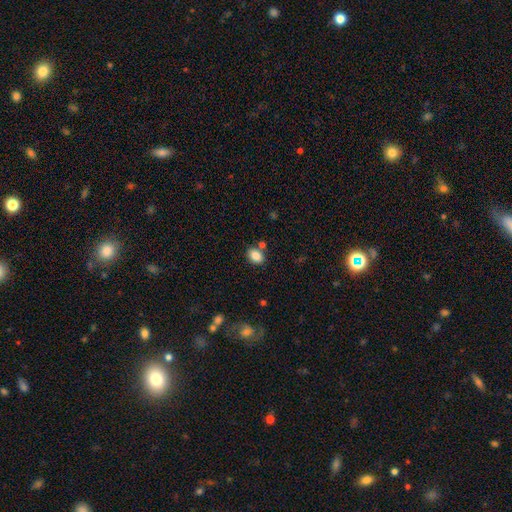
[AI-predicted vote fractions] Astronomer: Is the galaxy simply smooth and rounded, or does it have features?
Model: smooth — 86%.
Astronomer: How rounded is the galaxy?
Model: in between — 74%.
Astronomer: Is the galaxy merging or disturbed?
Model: none — 73%.